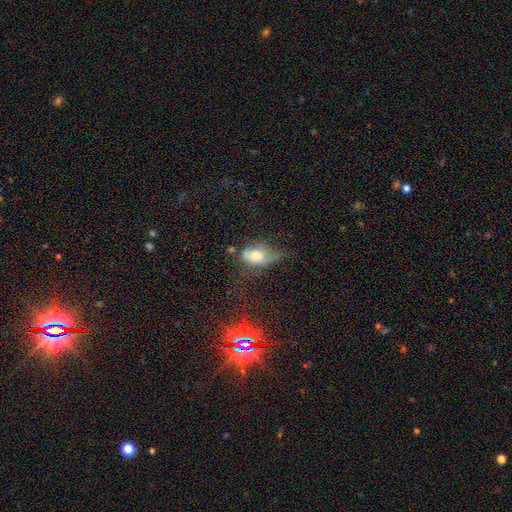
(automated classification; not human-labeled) smooth_or_featured: smooth (p=0.61) [alt: featured or disk p=0.26]
how_rounded: in between (p=0.85) [alt: round p=0.11]
merging: minor disturbance (p=0.35) [alt: none p=0.31]